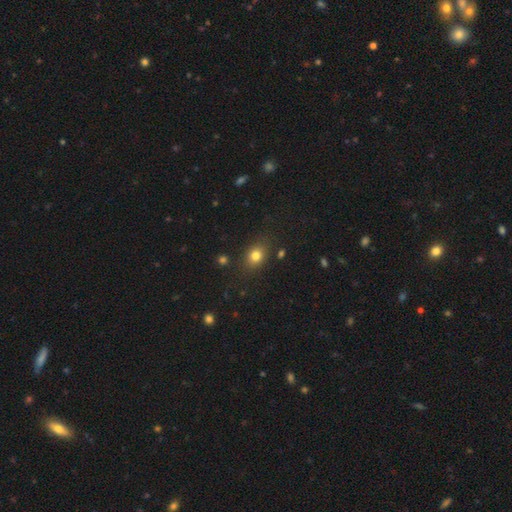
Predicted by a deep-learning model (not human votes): A smooth galaxy with no disk features (79%) that is in between round and cigar-shaped (55%). Merging: none (81%).